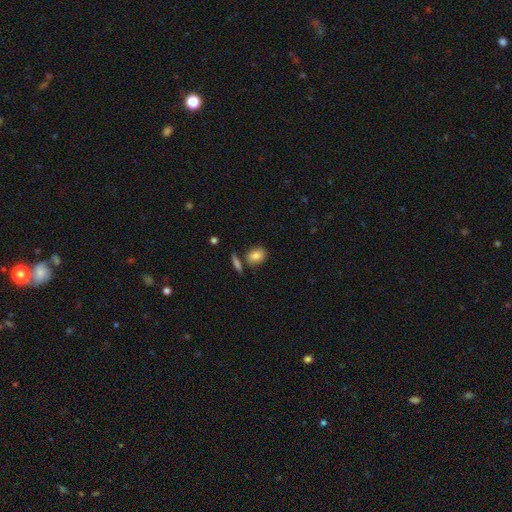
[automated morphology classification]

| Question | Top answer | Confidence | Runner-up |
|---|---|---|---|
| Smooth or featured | smooth | 82% | featured or disk (10%) |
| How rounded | in between | 69% | round (28%) |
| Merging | none | 67% | minor disturbance (15%) |